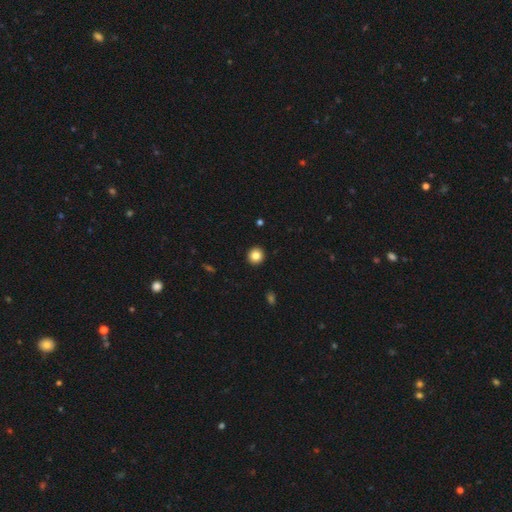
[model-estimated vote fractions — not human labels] This is clearly a smooth galaxy (84%). How rounded: clearly round (93%). Merging: clearly none (93%).